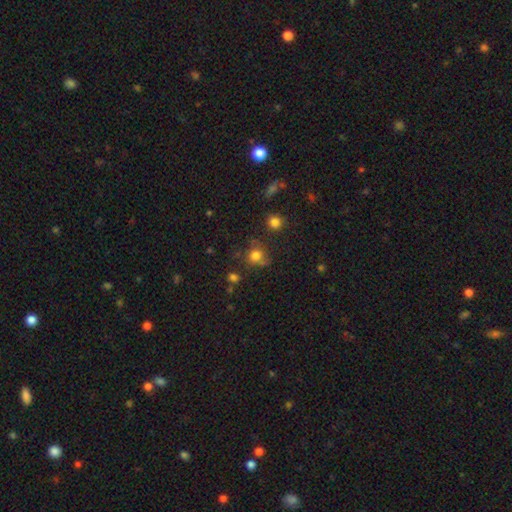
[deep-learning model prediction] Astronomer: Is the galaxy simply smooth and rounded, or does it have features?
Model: smooth — 75%.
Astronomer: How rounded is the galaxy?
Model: round — 83%.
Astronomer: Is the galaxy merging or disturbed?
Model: none — 65%.